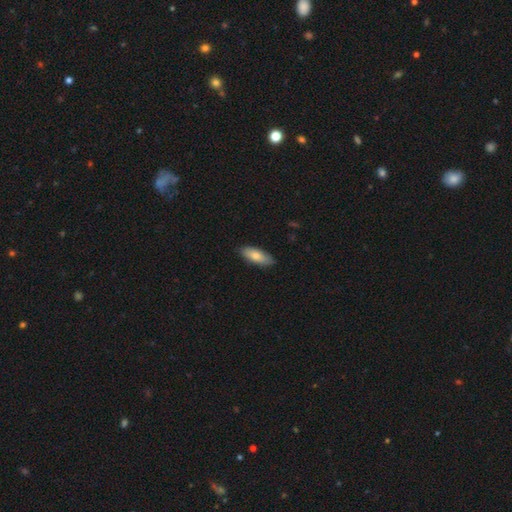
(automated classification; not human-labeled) This appears to be a smooth galaxy with no disk features (78%) that is in between round and cigar-shaped (74%). Merging: none (86%).